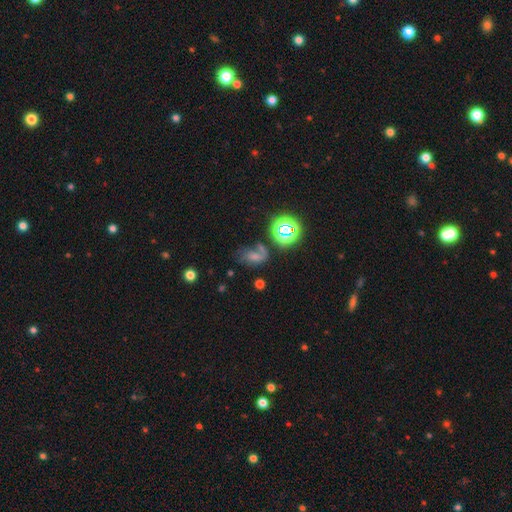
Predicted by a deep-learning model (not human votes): This appears to be a smooth galaxy with no disk features (41%). Merging: none (35%).